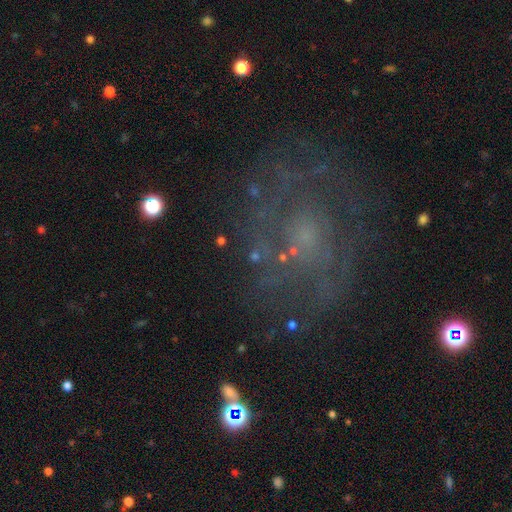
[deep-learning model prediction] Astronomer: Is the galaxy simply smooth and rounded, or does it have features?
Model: featured or disk — 48% (runner-up: star or artifact, 27%).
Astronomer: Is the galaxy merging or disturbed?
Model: none — 68%.